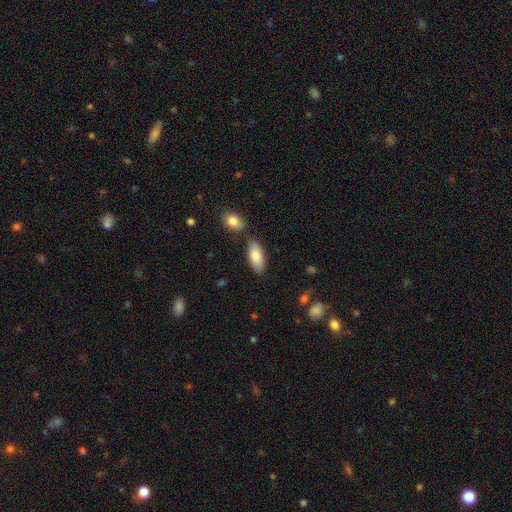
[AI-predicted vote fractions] Smooth or featured? Predicted: smooth (p=0.83). How rounded? Predicted: in between (p=0.86). Merging? Predicted: none (p=0.73).